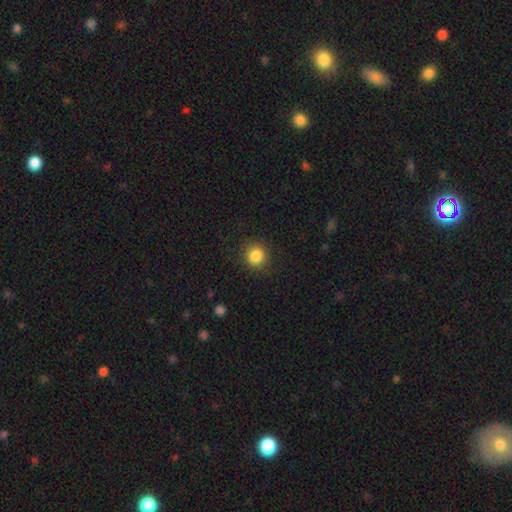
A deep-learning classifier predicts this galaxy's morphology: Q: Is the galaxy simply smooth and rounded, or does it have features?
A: smooth — 85%.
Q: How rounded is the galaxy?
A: round — 90%.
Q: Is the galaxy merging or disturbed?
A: none — 89%.